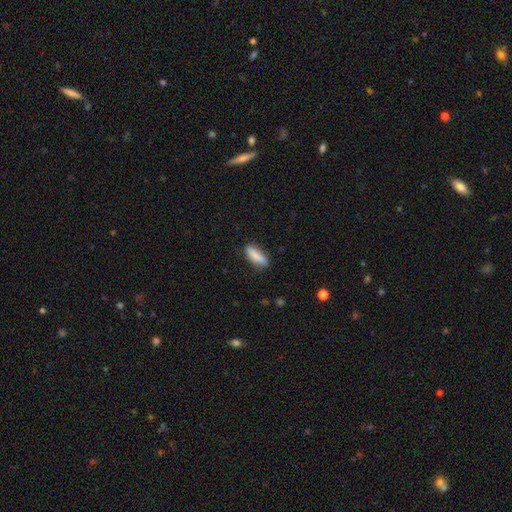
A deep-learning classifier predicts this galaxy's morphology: Overall: smooth (86%). How rounded: cigar-shaped (51%; in between 47%). Merging: none (81%).